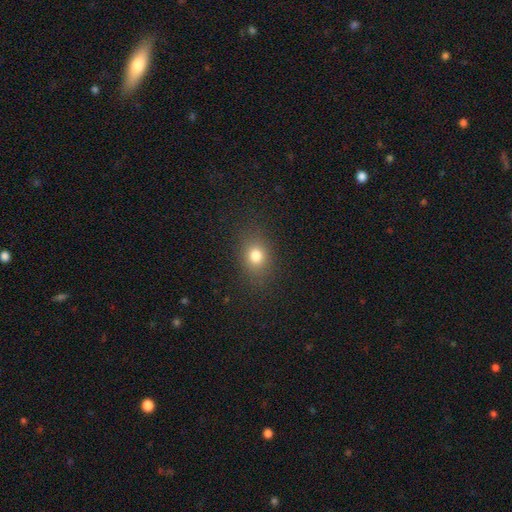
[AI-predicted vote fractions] This appears to be a smooth galaxy with no disk features (78%) that is round (49%, tied with in between). Merging: none (85%).